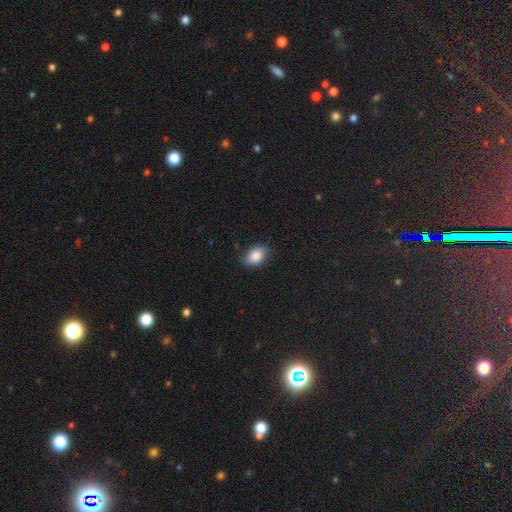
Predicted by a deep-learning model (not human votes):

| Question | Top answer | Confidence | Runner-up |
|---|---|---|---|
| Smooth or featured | smooth | 86% | star or artifact (8%) |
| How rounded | in between | 87% | round (11%) |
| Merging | none | 79% | minor disturbance (17%) |